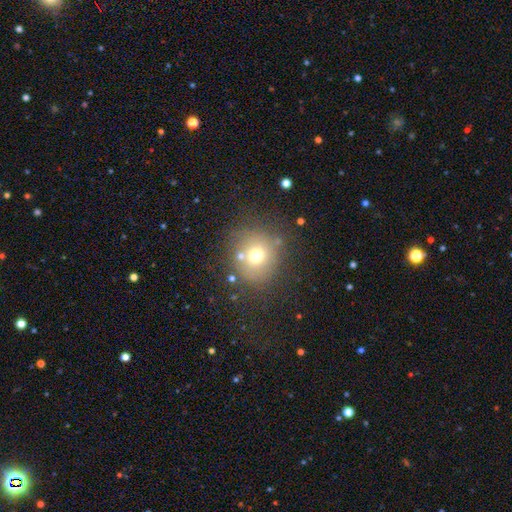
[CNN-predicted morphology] smooth-or-featured: smooth: 66% | featured or disk: 17% | star or artifact: 17%
  how-rounded: round: 86% | in between: 13% | cigar-shaped: 1%
  merging: none: 72% | minor disturbance: 13% | merger: 9% | major disturbance: 6%